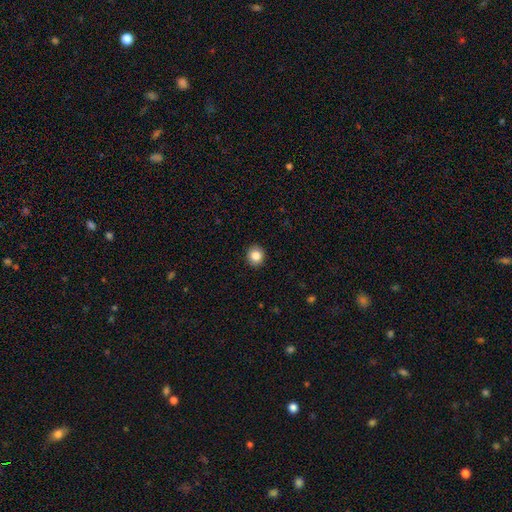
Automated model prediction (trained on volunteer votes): Smooth or featured: smooth — 84% (star or artifact — 10%)
How rounded: round — 85% (in between — 14%)
Merging: none — 92% (minor disturbance — 5%)